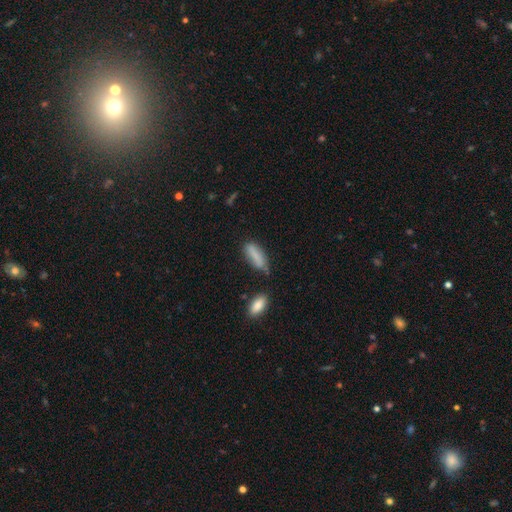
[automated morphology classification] Smooth or featured? smooth (81%)
How rounded? cigar-shaped (51%)
Merging? none (60%)